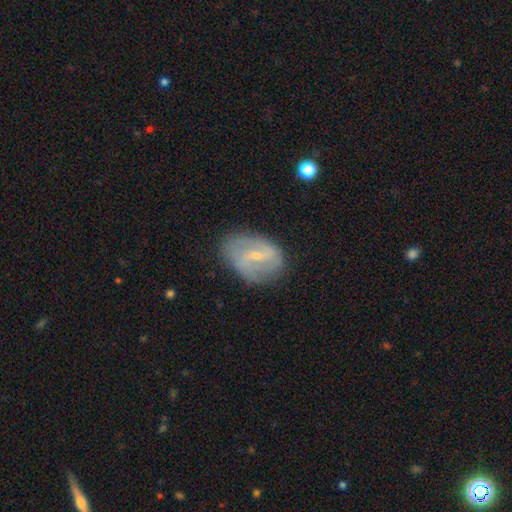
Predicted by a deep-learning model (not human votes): Smooth or featured?
  - featured or disk: 76% *
  - smooth: 17%
  - star or artifact: 7%
Edge-on disk?
  - no: 96% *
  - yes: 4%
Bar?
  - weak: 50% *
  - strong: 33%
  - no: 17%
Spiral arms?
  - yes: 80% *
  - no: 20%
Spiral winding?
  - medium: 41% *
  - loose: 34%
  - tight: 25%
Spiral arm count?
  - 2: 75% *
  - can't tell: 16%
  - 1: 3%
  - 3: 3%
  - 4: 1%
  - more than 4: 1%
Bulge size?
  - small: 72% *
  - moderate: 23%
  - none: 3%
  - large: 1%
  - dominant: 1%
Merging?
  - none: 73% *
  - minor disturbance: 19%
  - major disturbance: 6%
  - merger: 1%